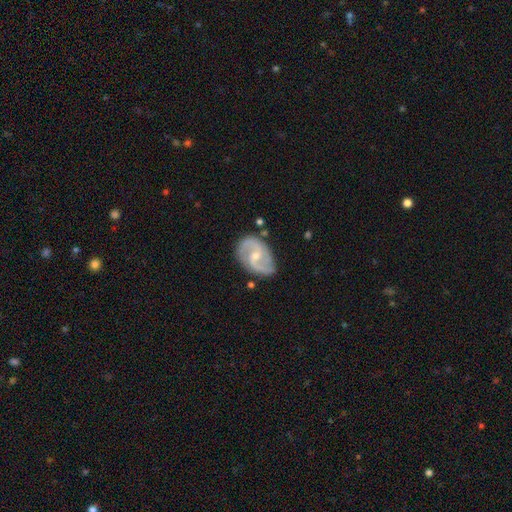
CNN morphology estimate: Smooth or featured? Predicted: featured or disk (p=0.87). Edge-on disk? Predicted: no (p=0.98). Bar? Predicted: weak (p=0.48). Spiral arms? Predicted: yes (p=0.96). Spiral winding? Predicted: medium (p=0.54). Spiral arm count? Predicted: 2 (p=0.88). Bulge size? Predicted: small (p=0.52). Merging? Predicted: none (p=0.74).